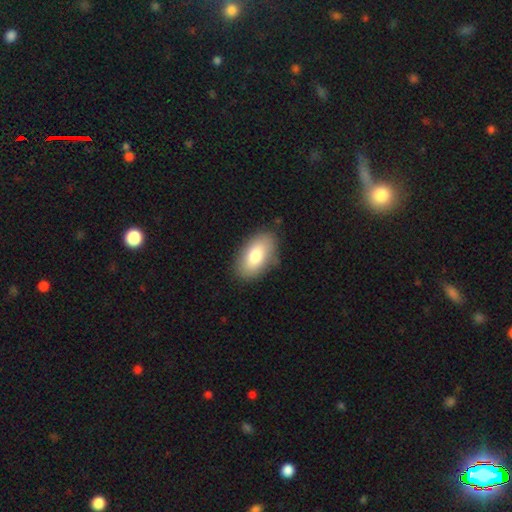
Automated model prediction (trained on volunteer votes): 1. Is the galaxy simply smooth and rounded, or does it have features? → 78% smooth, 15% featured or disk, 7% star or artifact.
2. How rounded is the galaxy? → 93% in between, 5% round, 2% cigar-shaped.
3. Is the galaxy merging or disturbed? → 84% none, 12% minor disturbance, 3% major disturbance, 1% merger.